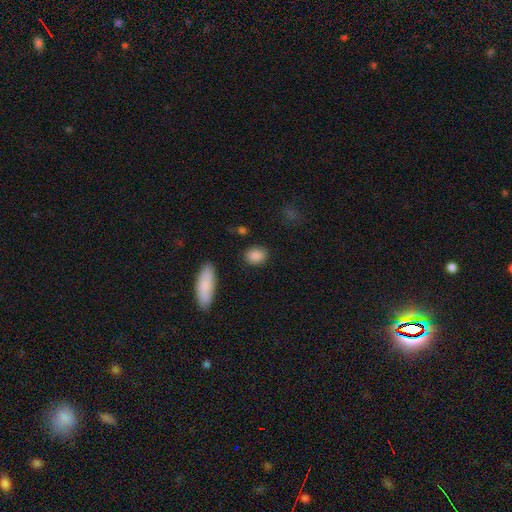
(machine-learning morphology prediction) Q: Smooth or featured?
A: smooth (88%); runner-up: star or artifact (8%)
Q: How rounded?
A: in between (63%); runner-up: round (35%)
Q: Merging?
A: none (85%); runner-up: minor disturbance (10%)